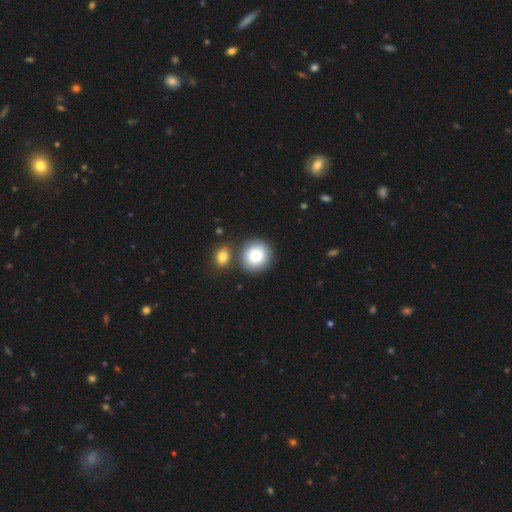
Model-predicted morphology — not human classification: This appears to be a smooth galaxy with no disk features (86%) that is round (87%). Merging: none (71%).